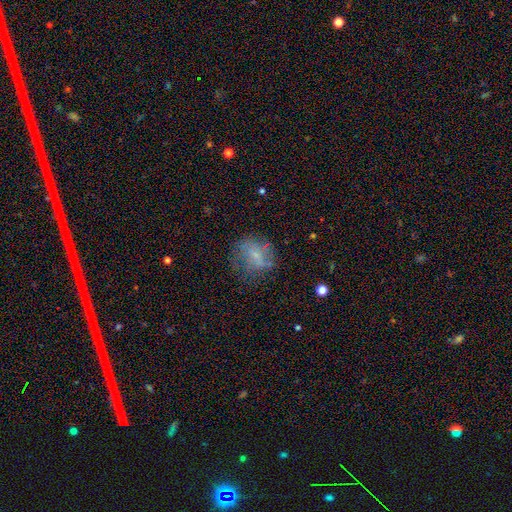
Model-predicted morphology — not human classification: Overall: smooth (50%; featured or disk 36%). How rounded: round (66%; in between 32%). Merging: none (52%; minor disturbance 24%).